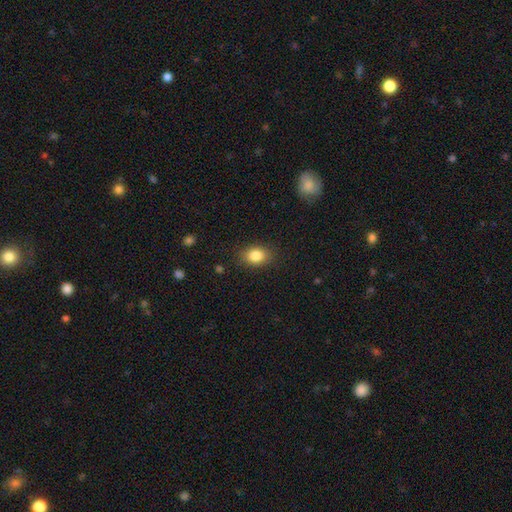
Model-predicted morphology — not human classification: smooth_or_featured: smooth (p=0.84) [alt: star or artifact p=0.09]
how_rounded: in between (p=0.68) [alt: round p=0.31]
merging: none (p=0.86) [alt: minor disturbance p=0.10]